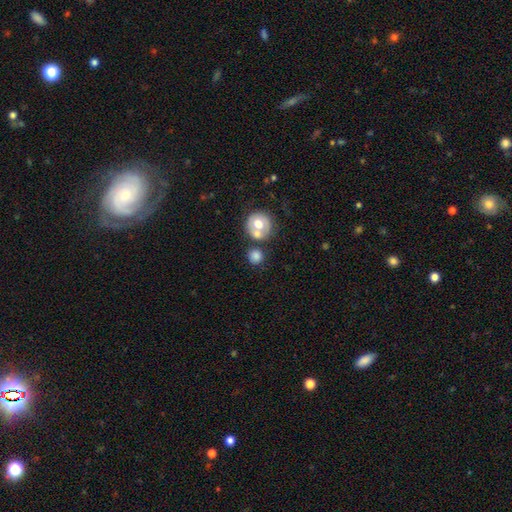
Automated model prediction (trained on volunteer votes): Smooth or featured? smooth (72%)
How rounded? round (87%)
Merging? none (54%)